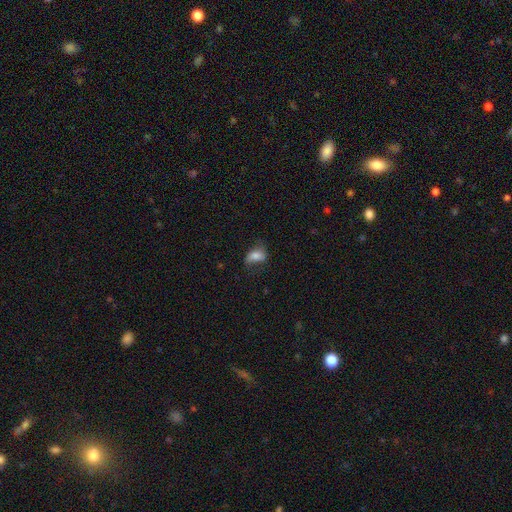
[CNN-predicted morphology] A smooth galaxy with no disk features (66%) that is in between round and cigar-shaped (84%). Merging: none (57%).